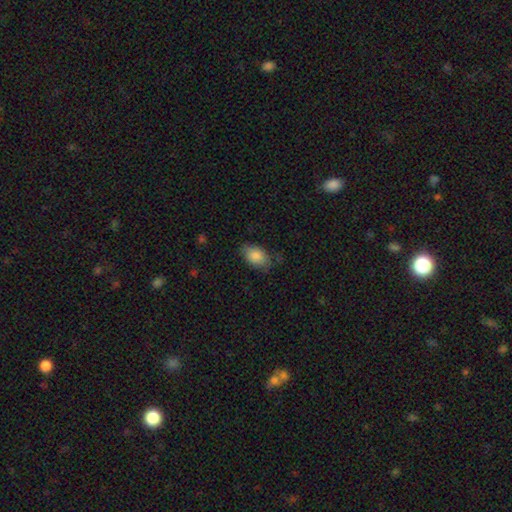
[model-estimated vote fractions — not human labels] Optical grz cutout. It shows a smooth galaxy with no disk features (85%) that is in between round and cigar-shaped (88%). Merging: none (67%).